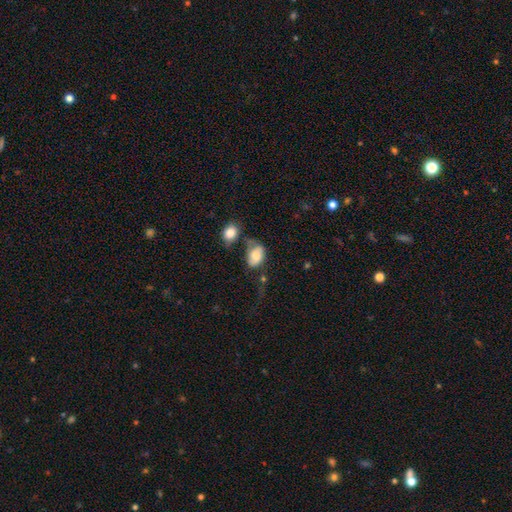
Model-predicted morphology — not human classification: Q: Smooth or featured?
A: smooth (69%); runner-up: featured or disk (23%)
Q: How rounded?
A: in between (81%); runner-up: round (18%)
Q: Merging?
A: none (29%); runner-up: minor disturbance (28%)